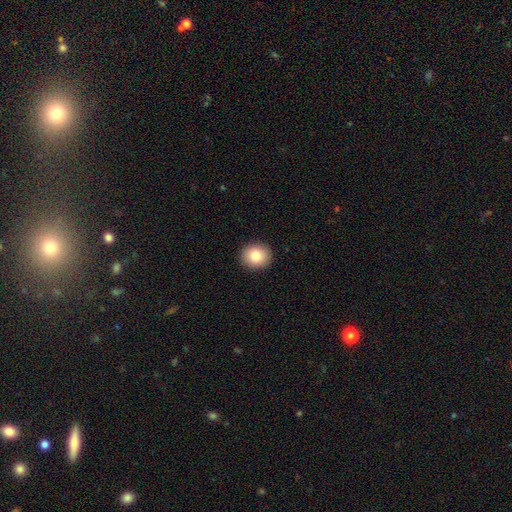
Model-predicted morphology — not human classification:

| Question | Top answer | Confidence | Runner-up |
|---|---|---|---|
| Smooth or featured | smooth | 83% | star or artifact (9%) |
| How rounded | round | 81% | in between (18%) |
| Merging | none | 92% | minor disturbance (5%) |